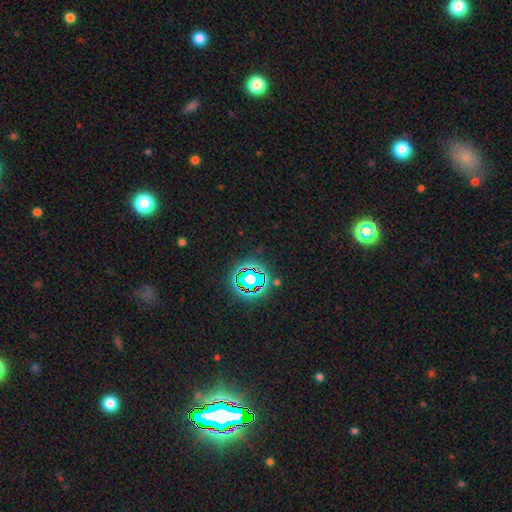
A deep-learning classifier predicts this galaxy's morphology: A star or artifact, not a galaxy (79%).

Vote fractions:
- Smooth or featured? star or artifact: 79% / smooth: 14% / featured or disk: 7%